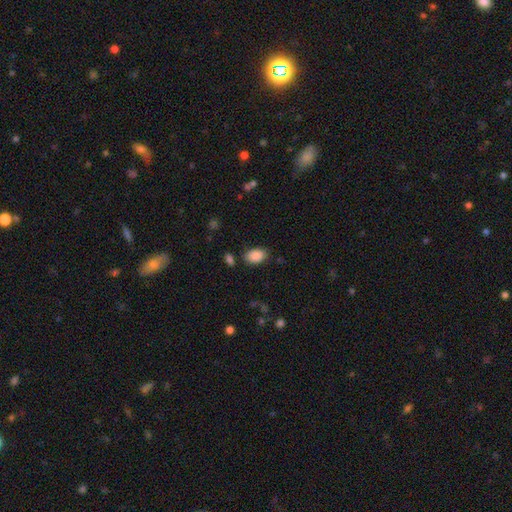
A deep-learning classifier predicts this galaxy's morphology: Overall: smooth (89%). How rounded: in between (88%). Merging: none (79%).